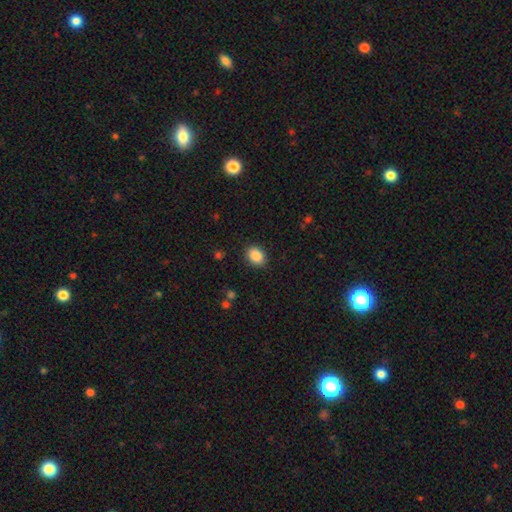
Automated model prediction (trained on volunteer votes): Smooth or featured?
  - smooth: 88% *
  - star or artifact: 8%
  - featured or disk: 4%
How rounded?
  - in between: 57% *
  - round: 42%
  - cigar-shaped: 1%
Merging?
  - none: 88% *
  - minor disturbance: 8%
  - major disturbance: 2%
  - merger: 1%